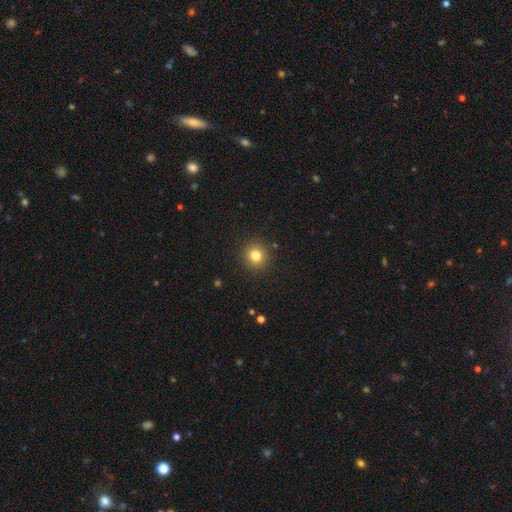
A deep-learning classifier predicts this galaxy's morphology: The model was most divided on "smooth or featured": smooth: 80%, star or artifact: 12%, featured or disk: 7%. More confident: how rounded — round (93%); merging — none (91%).